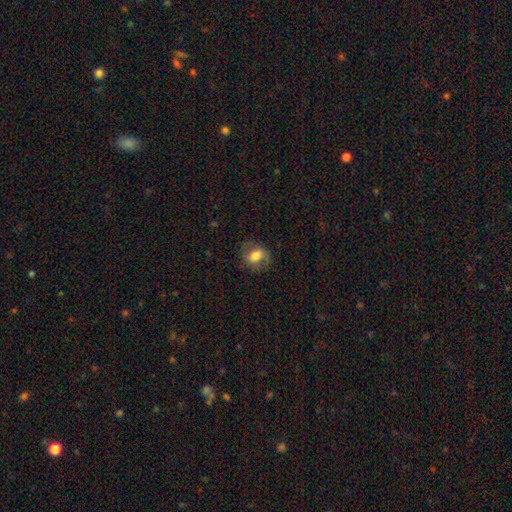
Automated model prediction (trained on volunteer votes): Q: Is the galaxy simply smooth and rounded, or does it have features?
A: smooth — 63%.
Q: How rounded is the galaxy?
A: in between — 56%.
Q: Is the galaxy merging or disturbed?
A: none — 73%.